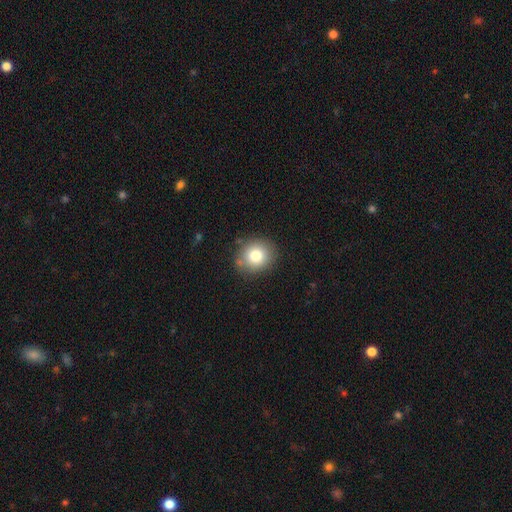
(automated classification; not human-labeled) Morphology: type=smooth (79%); roundness=round (75%); merging=none (83%).